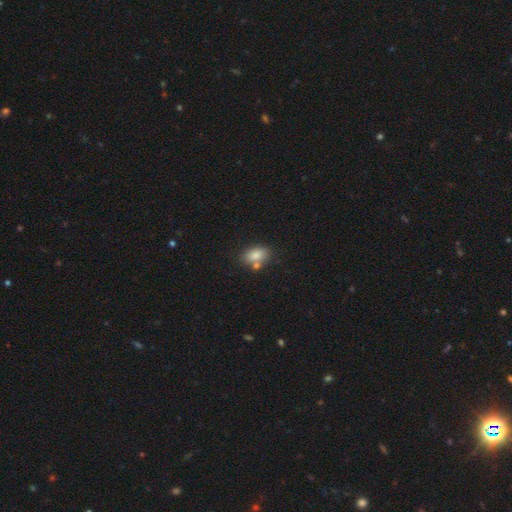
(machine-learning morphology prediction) Smooth or featured? smooth (82%)
How rounded? in between (87%)
Merging? none (60%)